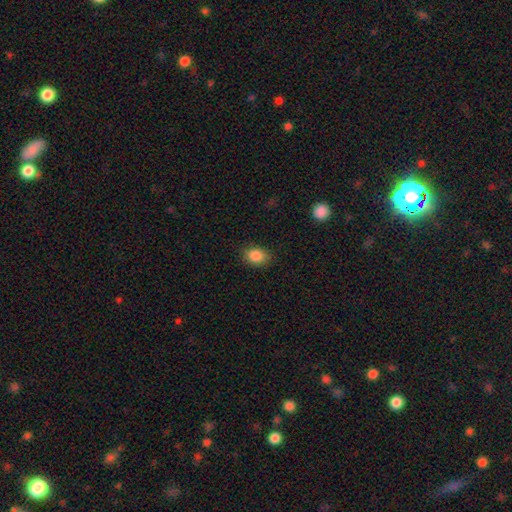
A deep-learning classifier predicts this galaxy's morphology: Q: Smooth or featured?
A: smooth (86%); runner-up: star or artifact (9%)
Q: How rounded?
A: in between (61%); runner-up: round (37%)
Q: Merging?
A: none (84%); runner-up: minor disturbance (12%)